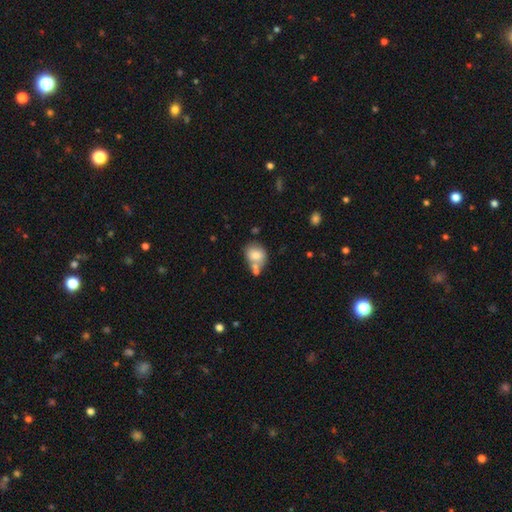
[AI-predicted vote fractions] smooth 75%, featured or disk 16%, star or artifact 9%. Down the decision tree: how rounded — round (54%); merging — none (48%).